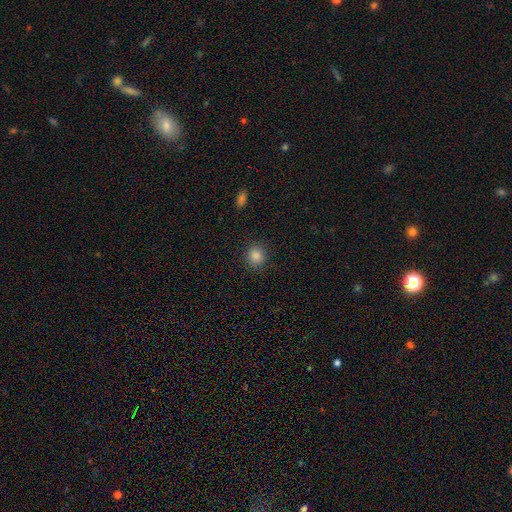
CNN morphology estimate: Smooth or featured? Predicted: smooth (p=0.85). How rounded? Predicted: round (p=0.86). Merging? Predicted: none (p=0.89).